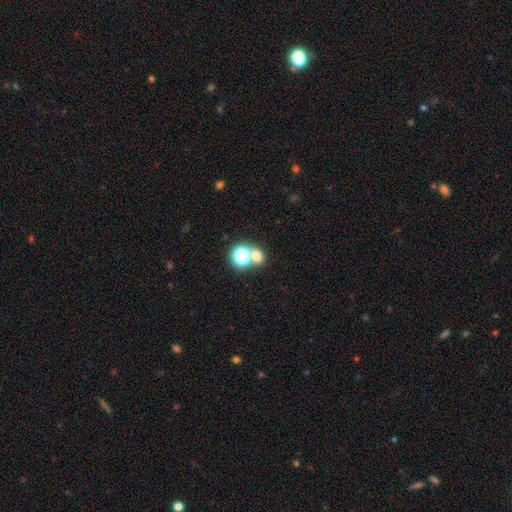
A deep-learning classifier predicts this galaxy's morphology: Overall: smooth (65%; star or artifact 26%). How rounded: round (64%; in between 35%). Merging: none (53%; merger 36%).